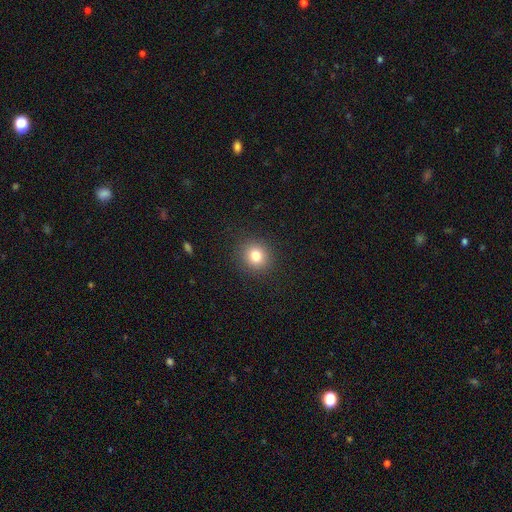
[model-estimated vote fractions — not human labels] Morphology: type=smooth (80%); roundness=round (88%); merging=none (90%).